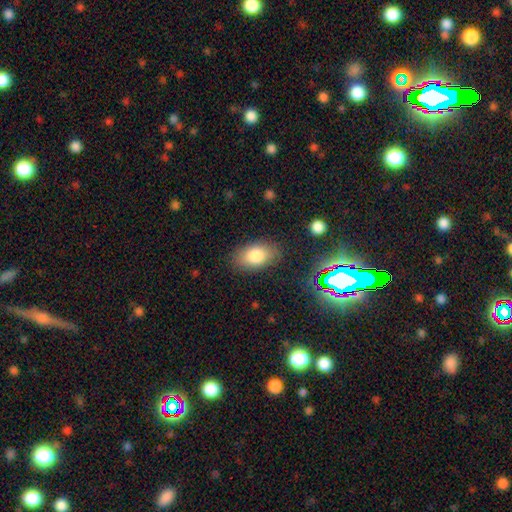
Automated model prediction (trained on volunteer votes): Overall: smooth (81%). How rounded: in between (90%). Merging: none (83%).